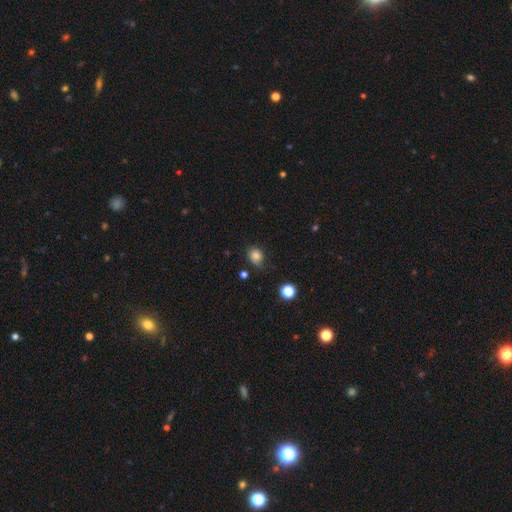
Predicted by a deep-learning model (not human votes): A smooth galaxy with no disk features (81%) that is round (55%).

Vote fractions:
- Smooth or featured? smooth: 81% / star or artifact: 12% / featured or disk: 7%
- How rounded? round: 55% / in between: 44% / cigar-shaped: 1%
- Merging? none: 67% / minor disturbance: 24% / major disturbance: 6% / merger: 2%